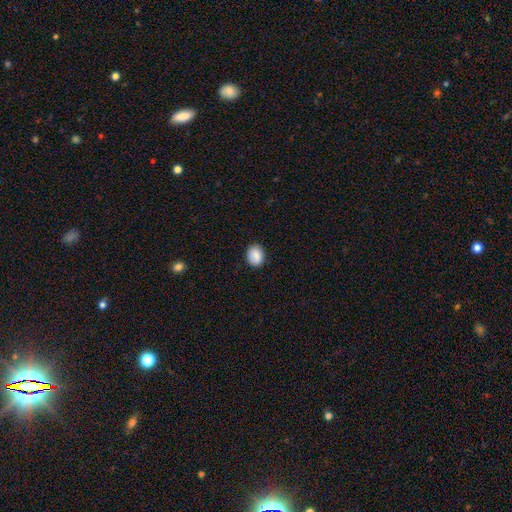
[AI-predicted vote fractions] Smooth or featured? Predicted: smooth (p=0.85). How rounded? Predicted: round (p=0.55). Merging? Predicted: none (p=0.86).